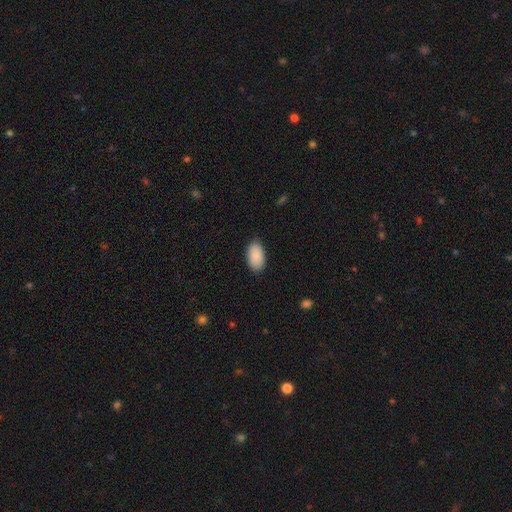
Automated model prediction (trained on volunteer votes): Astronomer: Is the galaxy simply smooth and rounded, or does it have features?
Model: smooth — 90%.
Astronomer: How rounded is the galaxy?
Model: in between — 95%.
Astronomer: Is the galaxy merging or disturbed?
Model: none — 86%.